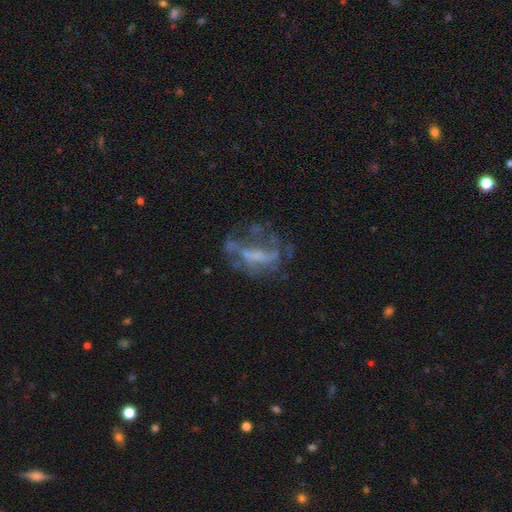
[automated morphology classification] This is likely a featured or disk galaxy (65%). It is clearly not viewed edge-on (93%). Bar: possibly no (50%). Spiral arm pattern: likely no (65%). Central bulge: marginally none (45%). Merging: marginally none (42%).